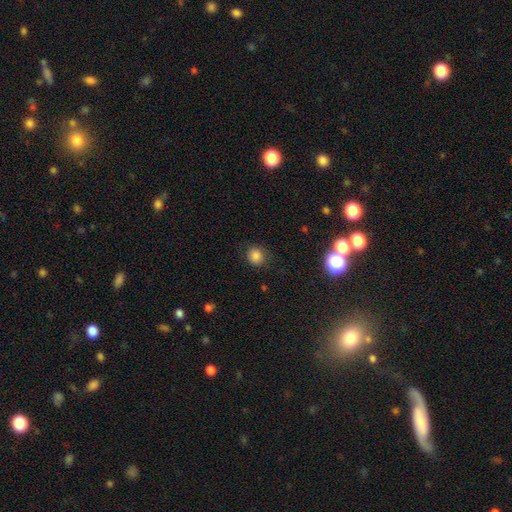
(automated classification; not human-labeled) The model was most divided on "how rounded": round: 81%, in between: 18%, cigar-shaped: 1%. More confident: smooth or featured — smooth (82%); merging — none (81%).